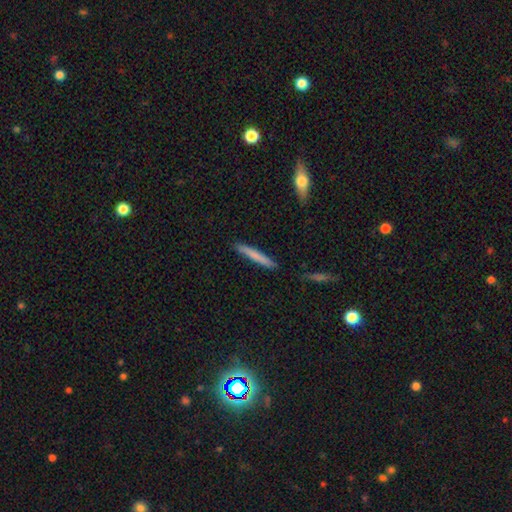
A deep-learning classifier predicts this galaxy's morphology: This is likely a smooth galaxy (73%). How rounded: clearly cigar-shaped (96%). Merging: clearly none (90%).